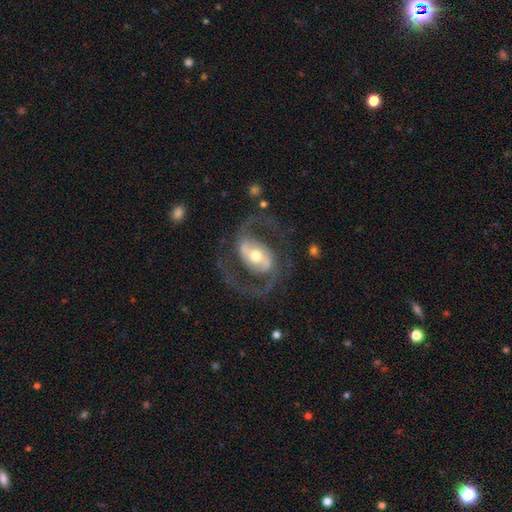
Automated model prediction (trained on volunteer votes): A featured or disk galaxy (91%) with a strong bar (41%), 2 (93%) medium (62%) spiral arms (95%) and a moderate central bulge (66%). Merging: none (77%).